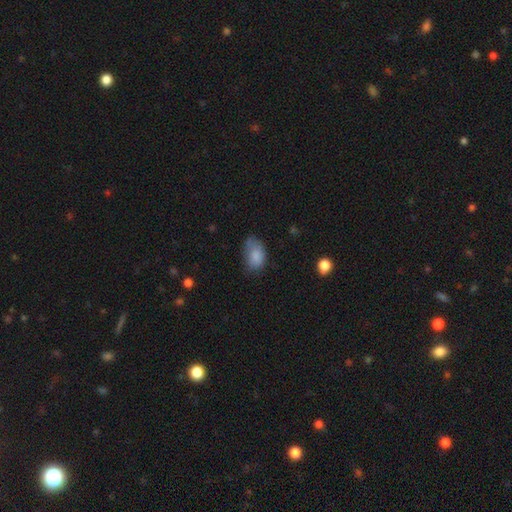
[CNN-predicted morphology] This appears to be a smooth galaxy with no disk features (83%) that is in between round and cigar-shaped (87%). Merging: none (49%).